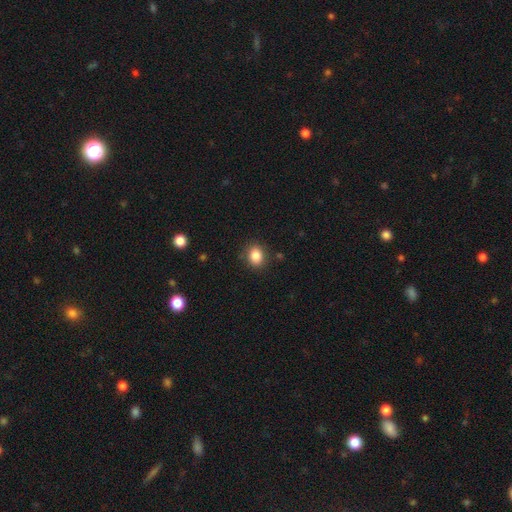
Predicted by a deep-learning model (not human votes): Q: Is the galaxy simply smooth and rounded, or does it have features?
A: smooth — 86%.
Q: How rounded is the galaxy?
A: round — 53%.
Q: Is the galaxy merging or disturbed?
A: none — 85%.